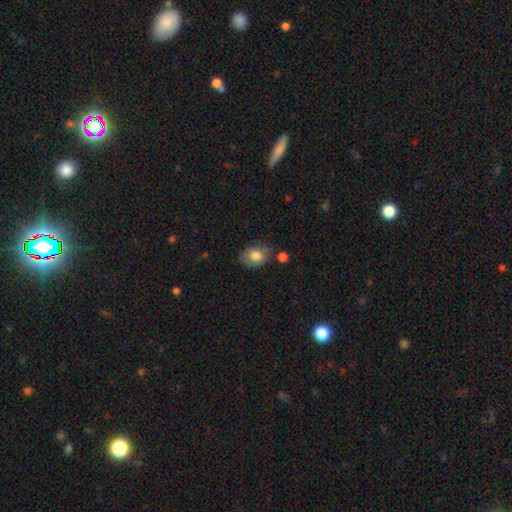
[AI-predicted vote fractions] Q: Smooth or featured?
A: smooth (74%); runner-up: featured or disk (18%)
Q: How rounded?
A: in between (74%); runner-up: round (25%)
Q: Merging?
A: none (65%); runner-up: minor disturbance (23%)